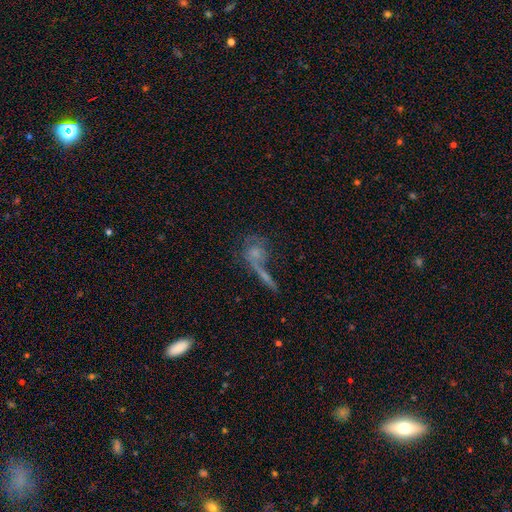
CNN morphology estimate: A featured or disk galaxy (47%).

Vote fractions:
- Smooth or featured? featured or disk: 47% / smooth: 36% / star or artifact: 17%
- Merging? merger: 37% / none: 34% / major disturbance: 17% / minor disturbance: 12%